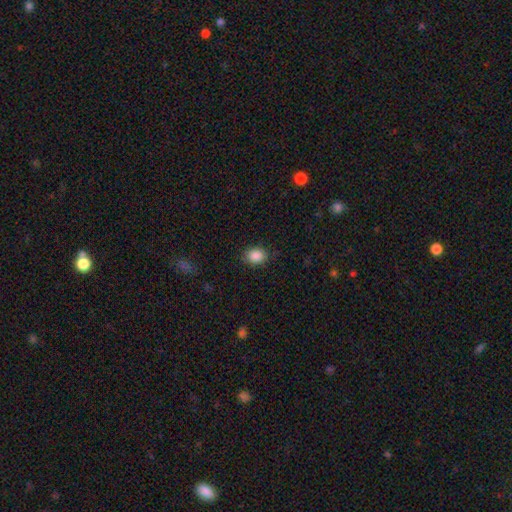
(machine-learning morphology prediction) Smooth or featured?
  - smooth: 87% *
  - star or artifact: 9%
  - featured or disk: 4%
How rounded?
  - in between: 50% *
  - round: 49%
  - cigar-shaped: 1%
Merging?
  - none: 85% *
  - minor disturbance: 11%
  - major disturbance: 3%
  - merger: 1%